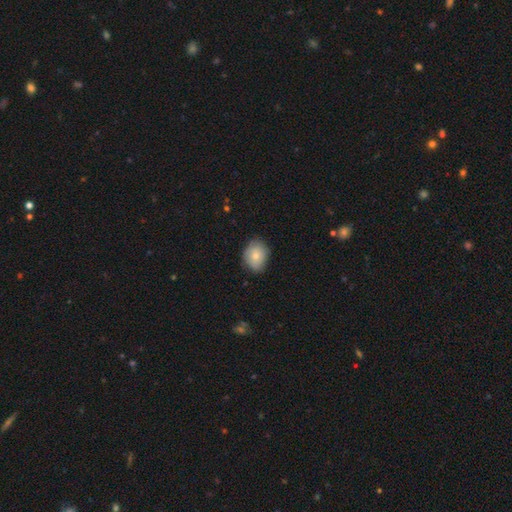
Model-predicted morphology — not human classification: smooth-or-featured: smooth: 78% | featured or disk: 15% | star or artifact: 7%
  how-rounded: in between: 54% | round: 45% | cigar-shaped: 1%
  merging: none: 75% | minor disturbance: 21% | major disturbance: 4% | merger: 1%